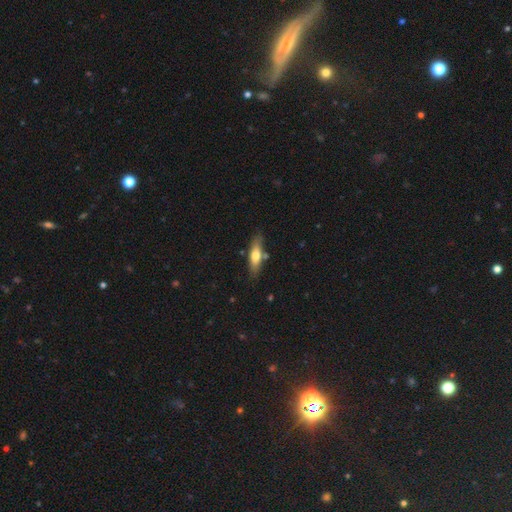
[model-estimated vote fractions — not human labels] The model was most divided on "how rounded": cigar-shaped: 56%, in between: 42%, round: 2%. More confident: merging — none (76%); smooth or featured — smooth (59%).